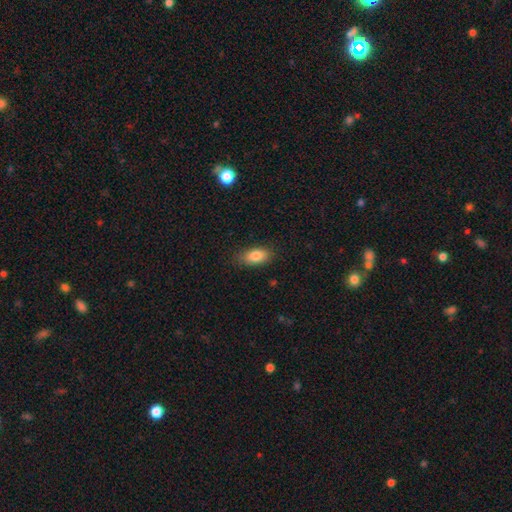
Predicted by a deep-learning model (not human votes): smooth 84%, featured or disk 9%, star or artifact 8%. Down the decision tree: how rounded — in between (88%); merging — none (83%).